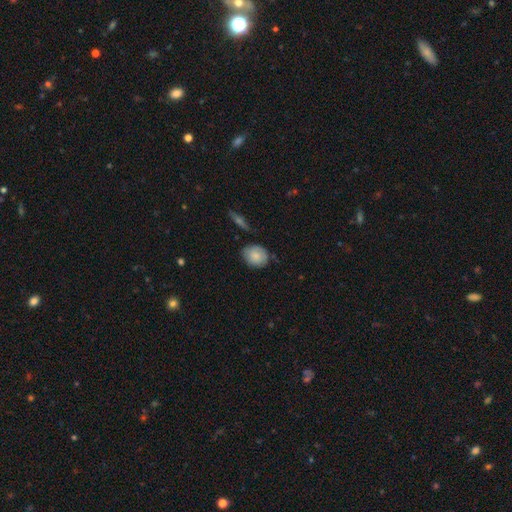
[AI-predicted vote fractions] smooth 79%, featured or disk 15%, star or artifact 7%. Down the decision tree: how rounded — round (56%); merging — none (71%).